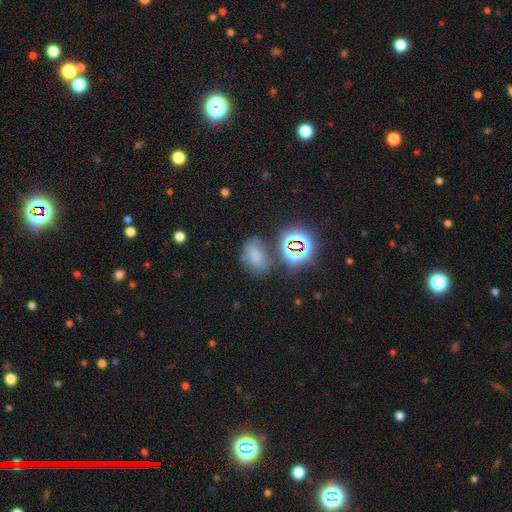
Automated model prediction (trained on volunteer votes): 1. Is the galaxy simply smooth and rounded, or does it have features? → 60% smooth, 28% star or artifact, 11% featured or disk.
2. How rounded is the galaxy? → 78% in between, 19% round, 2% cigar-shaped.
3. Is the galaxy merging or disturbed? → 57% none, 20% minor disturbance, 14% merger, 9% major disturbance.